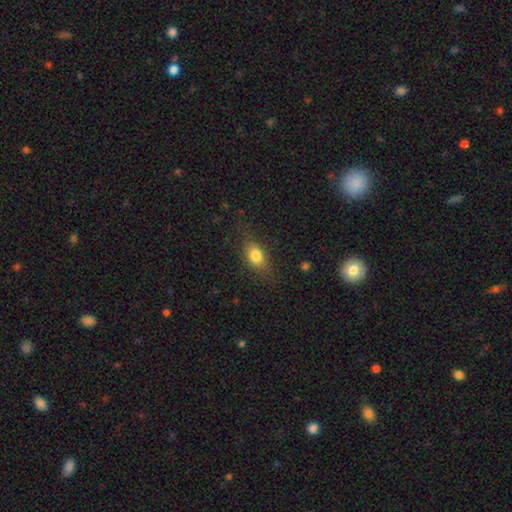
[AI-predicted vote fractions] A smooth galaxy with no disk features (77%) that is in between round and cigar-shaped (73%).

Vote fractions:
- Smooth or featured? smooth: 77% / featured or disk: 13% / star or artifact: 9%
- How rounded? in between: 73% / round: 19% / cigar-shaped: 7%
- Merging? none: 75% / minor disturbance: 17% / major disturbance: 7% / merger: 1%